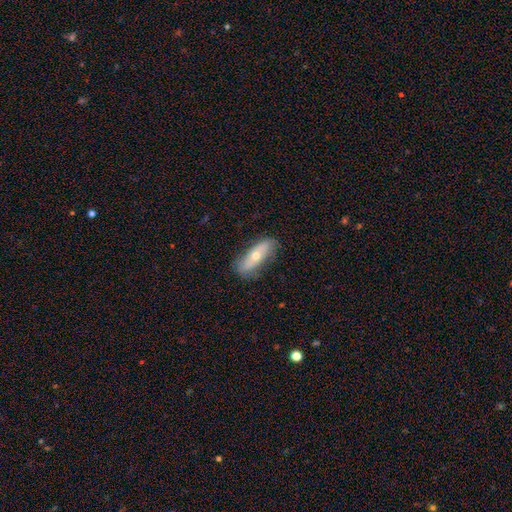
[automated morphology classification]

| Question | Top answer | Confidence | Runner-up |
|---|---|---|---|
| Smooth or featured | smooth | 49% | featured or disk (44%) |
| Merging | none | 81% | minor disturbance (14%) |